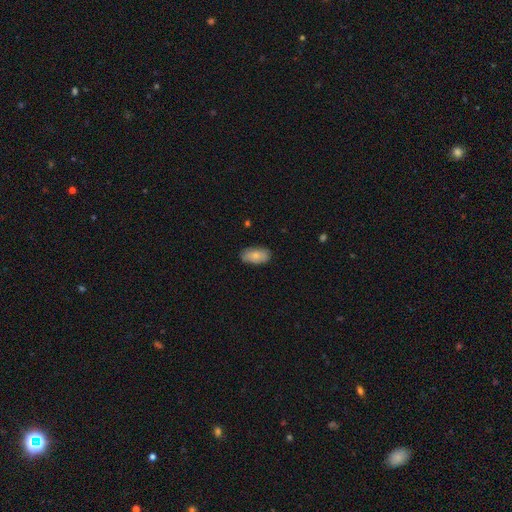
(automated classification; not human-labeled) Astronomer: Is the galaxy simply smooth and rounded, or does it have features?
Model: smooth — 76%.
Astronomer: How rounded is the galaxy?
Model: in between — 93%.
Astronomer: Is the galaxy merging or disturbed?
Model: none — 77%.